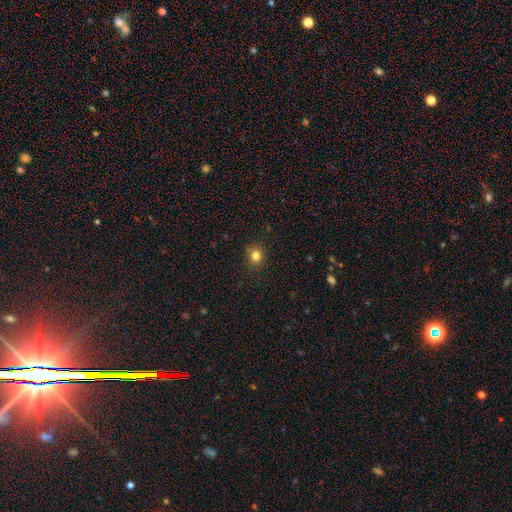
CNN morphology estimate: A smooth galaxy with no disk features (81%) that is round (81%).

Vote fractions:
- Smooth or featured? smooth: 81% / star or artifact: 13% / featured or disk: 5%
- How rounded? round: 81% / in between: 18% / cigar-shaped: 1%
- Merging? none: 83% / minor disturbance: 12% / major disturbance: 3% / merger: 2%